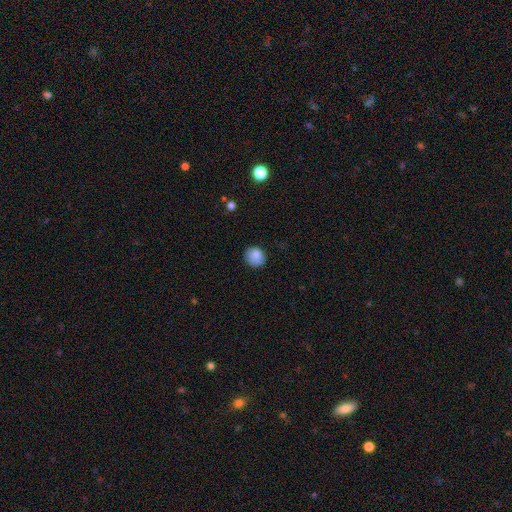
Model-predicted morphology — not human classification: Smooth or featured: smooth — 85% (star or artifact — 9%)
How rounded: round — 80% (in between — 19%)
Merging: none — 77% (minor disturbance — 18%)